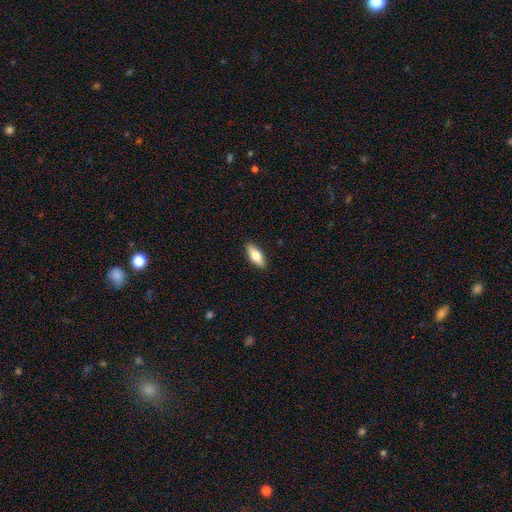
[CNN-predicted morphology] Smooth or featured?
  - smooth: 70% *
  - featured or disk: 24%
  - star or artifact: 6%
How rounded?
  - in between: 72% *
  - cigar-shaped: 26%
  - round: 3%
Merging?
  - none: 89% *
  - minor disturbance: 8%
  - major disturbance: 2%
  - merger: 1%